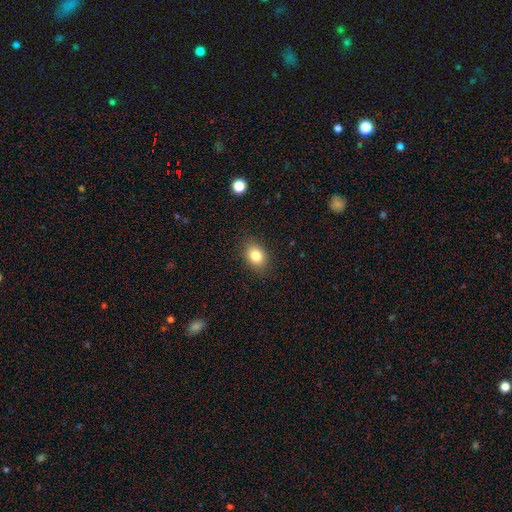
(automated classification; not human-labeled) smooth_or_featured: smooth (p=0.83) [alt: star or artifact p=0.09]
how_rounded: in between (p=0.70) [alt: round p=0.29]
merging: none (p=0.86) [alt: minor disturbance p=0.10]